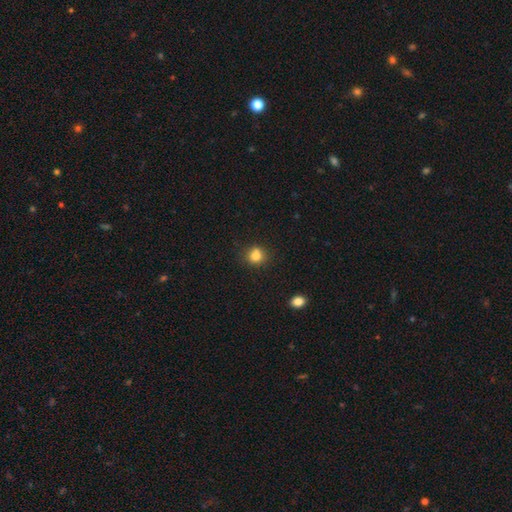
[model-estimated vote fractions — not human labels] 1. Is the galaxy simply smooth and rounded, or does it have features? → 79% smooth, 12% star or artifact, 8% featured or disk.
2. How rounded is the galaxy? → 82% round, 17% in between, 1% cigar-shaped.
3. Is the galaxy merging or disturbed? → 68% none, 16% minor disturbance, 13% merger, 4% major disturbance.